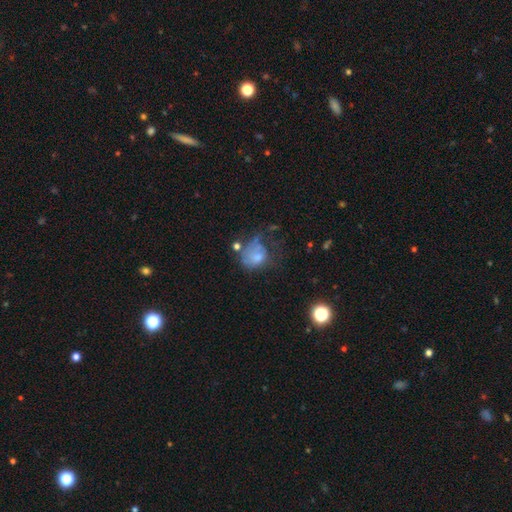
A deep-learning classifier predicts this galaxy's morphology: A smooth galaxy with no disk features (53%) that is round (55%). Merging: major disturbance (49%).